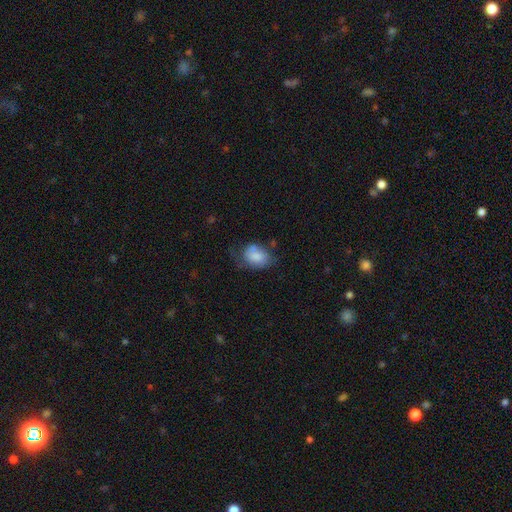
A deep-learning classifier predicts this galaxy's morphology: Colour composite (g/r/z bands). It shows a smooth galaxy with no disk features (79%) that is in between round and cigar-shaped (74%). Merging: none (43%).